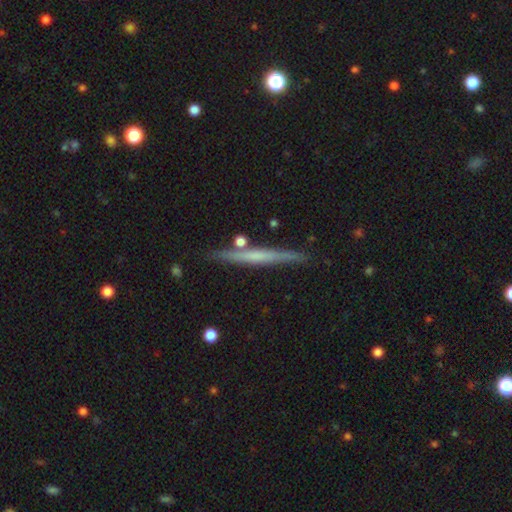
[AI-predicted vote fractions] The model was most divided on "smooth or featured": featured or disk: 55%, smooth: 39%, star or artifact: 6%. More confident: edge-on disk — yes (97%); merging — none (84%); edge-on bulge — none (70%).